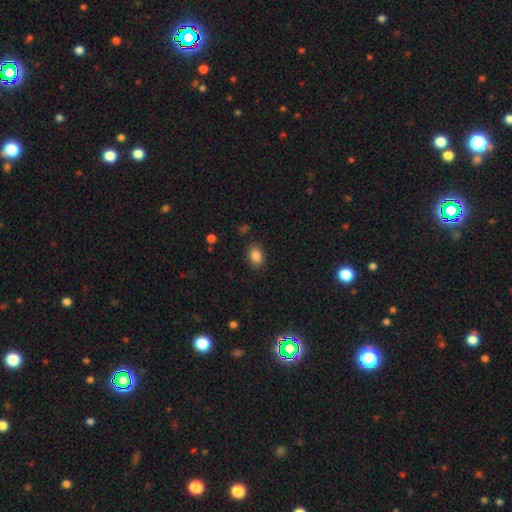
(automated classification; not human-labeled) Overall: smooth (86%). How rounded: in between (73%). Merging: none (86%).